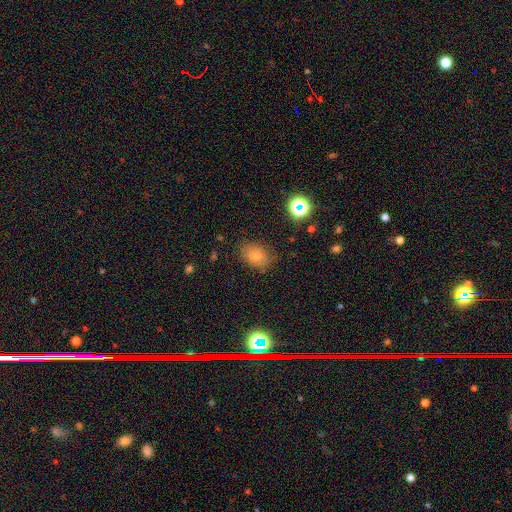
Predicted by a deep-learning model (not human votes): The model was most divided on "how rounded": in between: 63%, round: 36%, cigar-shaped: 1%. More confident: merging — none (81%); smooth or featured — smooth (64%).